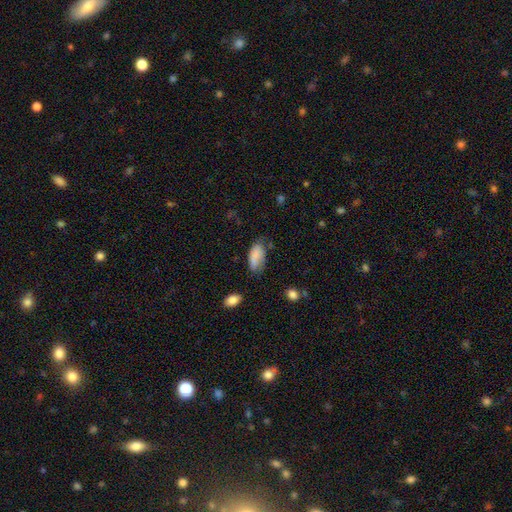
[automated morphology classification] A smooth galaxy with no disk features (81%) that is in between round and cigar-shaped (92%). Merging: none (52%).